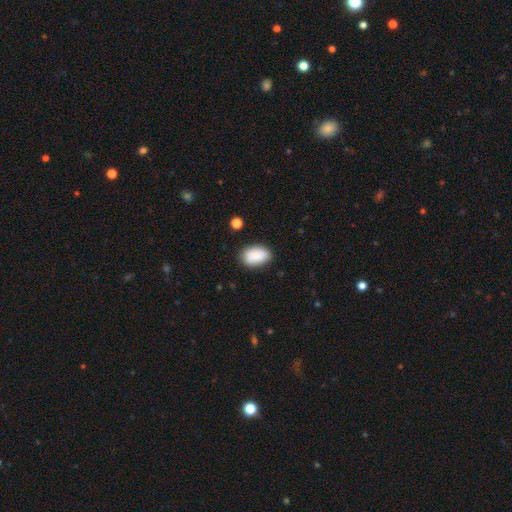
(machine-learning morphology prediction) Q: Smooth or featured?
A: smooth (86%); runner-up: star or artifact (7%)
Q: How rounded?
A: in between (90%); runner-up: round (9%)
Q: Merging?
A: none (79%); runner-up: minor disturbance (15%)